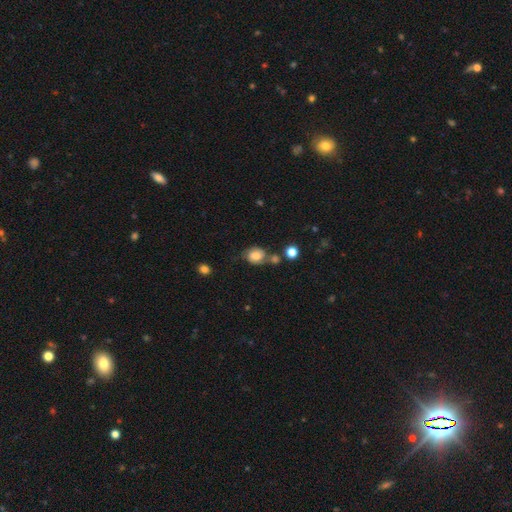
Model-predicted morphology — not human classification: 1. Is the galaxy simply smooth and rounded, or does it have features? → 66% smooth, 24% featured or disk, 10% star or artifact.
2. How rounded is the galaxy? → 52% in between, 46% round, 1% cigar-shaped.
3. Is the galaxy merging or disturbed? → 46% none, 23% minor disturbance, 20% merger, 10% major disturbance.